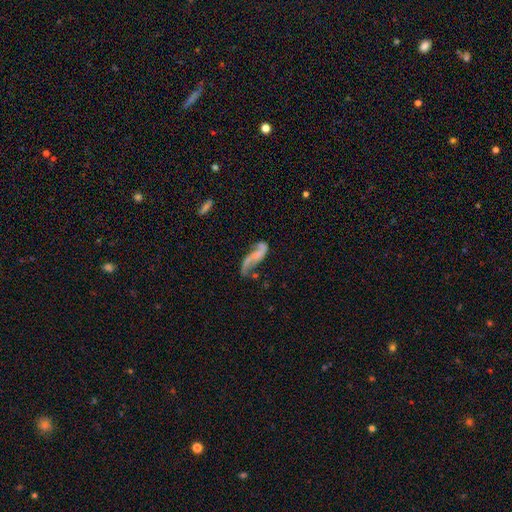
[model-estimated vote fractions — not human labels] A featured or disk galaxy (75%) with no bar (52%), 2 (80%) loose (79%) spiral arms (85%) and no central bulge (59%). Merging: none (47%).